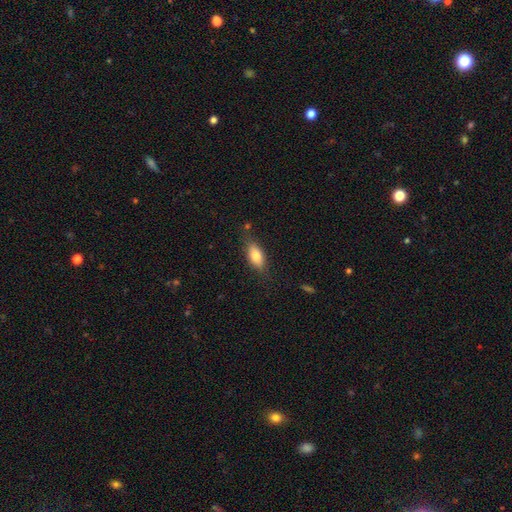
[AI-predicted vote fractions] smooth_or_featured: smooth (p=0.77) [alt: featured or disk p=0.16]
how_rounded: in between (p=0.82) [alt: cigar-shaped p=0.14]
merging: none (p=0.76) [alt: minor disturbance p=0.17]